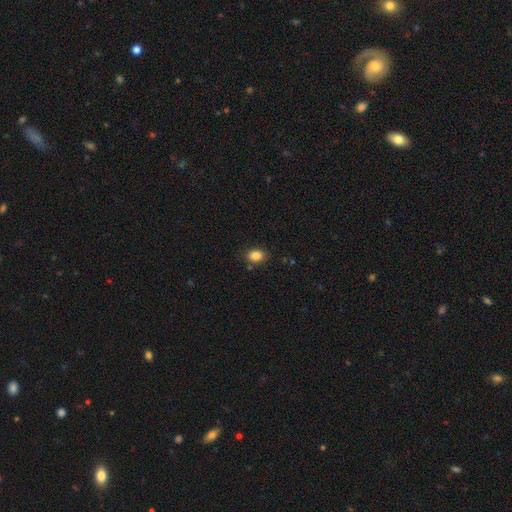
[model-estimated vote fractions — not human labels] smooth-or-featured: smooth: 85% | star or artifact: 10% | featured or disk: 5%
  how-rounded: in between: 68% | round: 31% | cigar-shaped: 1%
  merging: none: 83% | minor disturbance: 11% | merger: 3% | major disturbance: 3%